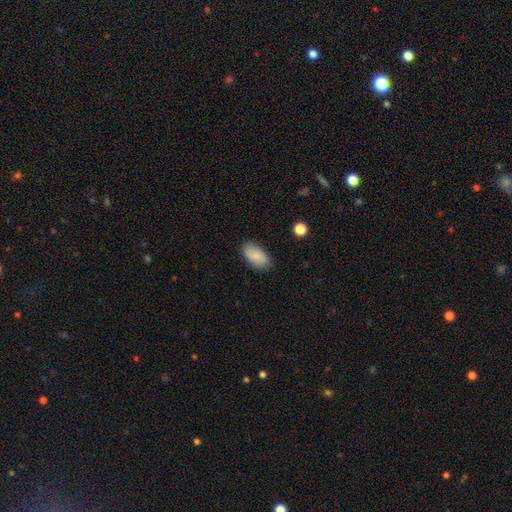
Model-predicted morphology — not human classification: type=smooth (84%); roundness=in between (94%); merging=none (83%).